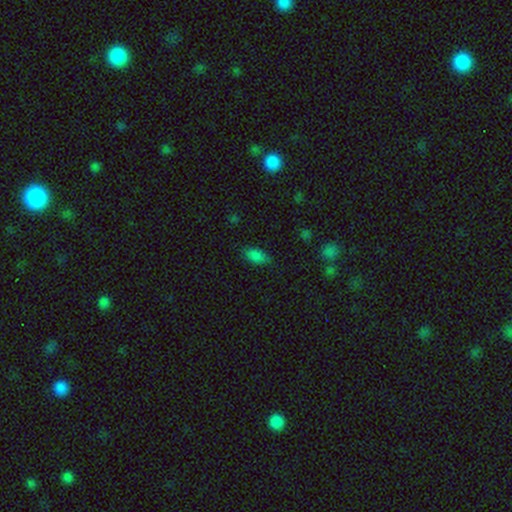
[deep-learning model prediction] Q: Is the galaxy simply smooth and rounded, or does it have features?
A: smooth — 82%.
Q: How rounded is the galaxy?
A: in between — 92%.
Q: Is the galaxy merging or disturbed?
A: none — 76%.